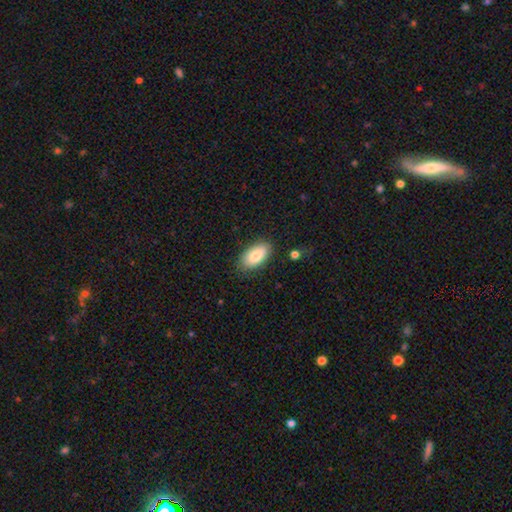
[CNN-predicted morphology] This is clearly a smooth galaxy (83%). How rounded: clearly in between (94%). Merging: clearly none (83%).